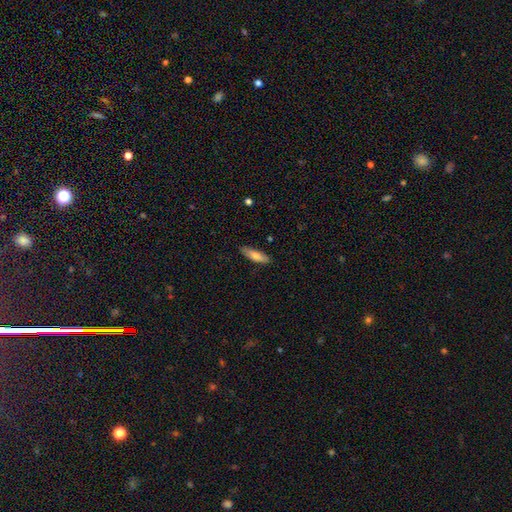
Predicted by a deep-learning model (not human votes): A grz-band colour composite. It shows a smooth galaxy with no disk features (73%) that is cigar-shaped (55%). Merging: none (85%).